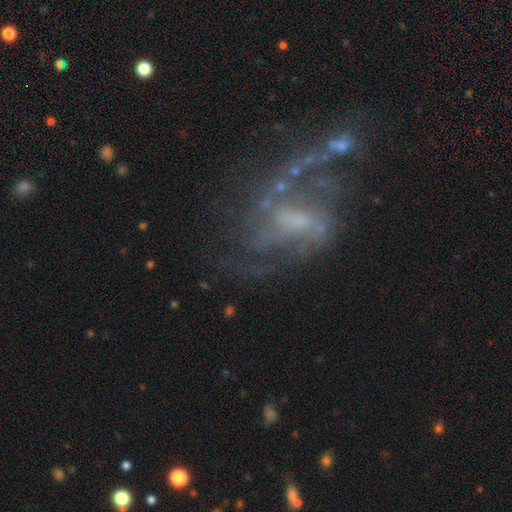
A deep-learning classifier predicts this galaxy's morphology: featured or disk 81%, star or artifact 12%, smooth 7%. Down the decision tree: edge-on disk — no (97%); bar — weak (52%); spiral arms — yes (90%); spiral arm count — 2 (55%); spiral winding — loose (45%); bulge size — small (47%); merging — none (47%).